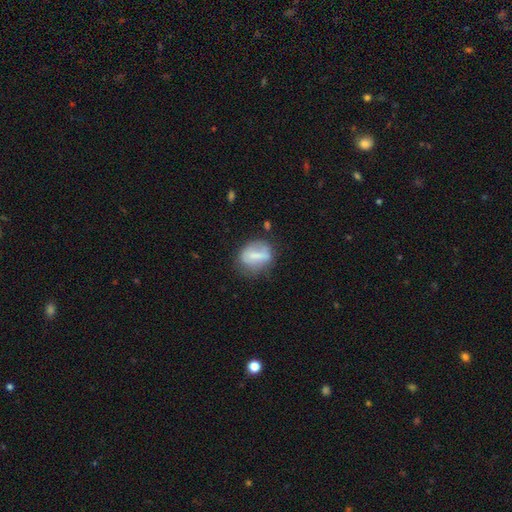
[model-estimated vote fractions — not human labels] This appears to be a smooth galaxy with no disk features (54%) that is in between round and cigar-shaped (55%). Merging: none (58%).